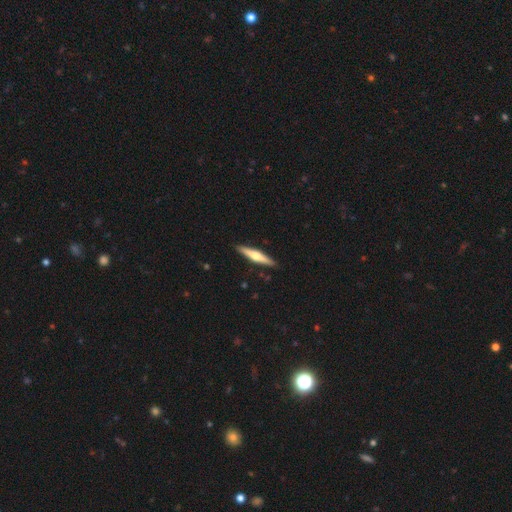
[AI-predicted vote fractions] Q: Smooth or featured?
A: featured or disk (59%); runner-up: smooth (36%)
Q: Edge-on disk?
A: yes (96%); runner-up: no (4%)
Q: Edge-on bulge?
A: rounded (90%); runner-up: none (5%)
Q: Merging?
A: none (91%); runner-up: minor disturbance (7%)